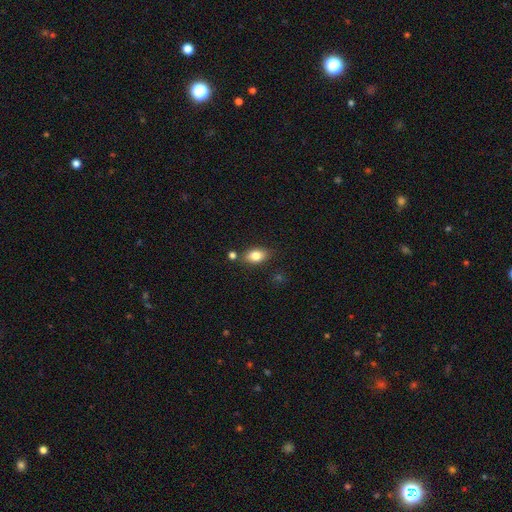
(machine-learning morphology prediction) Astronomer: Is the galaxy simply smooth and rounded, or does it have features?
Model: smooth — 82%.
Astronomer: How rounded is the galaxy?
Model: in between — 85%.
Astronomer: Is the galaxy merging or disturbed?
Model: none — 78%.